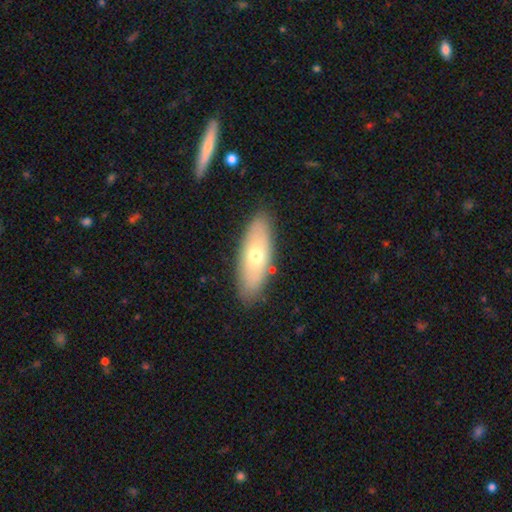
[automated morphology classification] This is possibly a smooth galaxy (57%). How rounded: likely in between (73%). Merging: clearly none (86%).